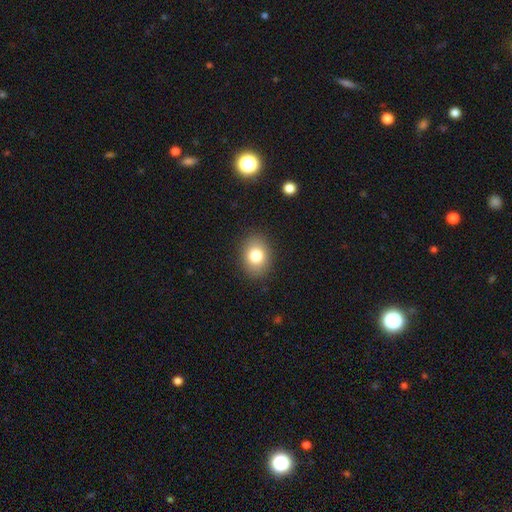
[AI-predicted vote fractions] Smooth or featured? Predicted: smooth (p=0.80). How rounded? Predicted: in between (p=0.59). Merging? Predicted: none (p=0.88).